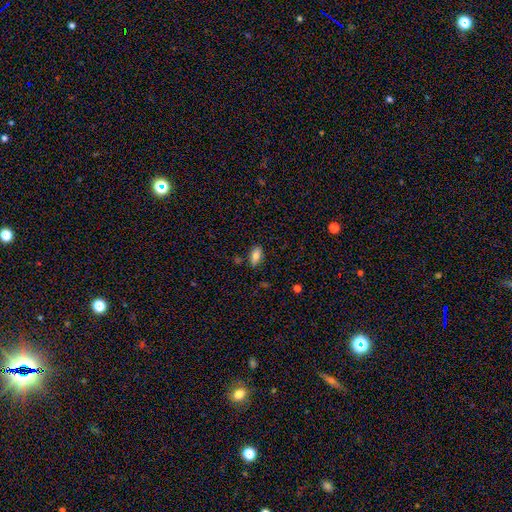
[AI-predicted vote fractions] A smooth galaxy with no disk features (79%) that is in between round and cigar-shaped (88%).

Vote fractions:
- Smooth or featured? smooth: 79% / featured or disk: 12% / star or artifact: 8%
- How rounded? in between: 88% / cigar-shaped: 8% / round: 4%
- Merging? none: 81% / minor disturbance: 14% / merger: 3% / major disturbance: 3%